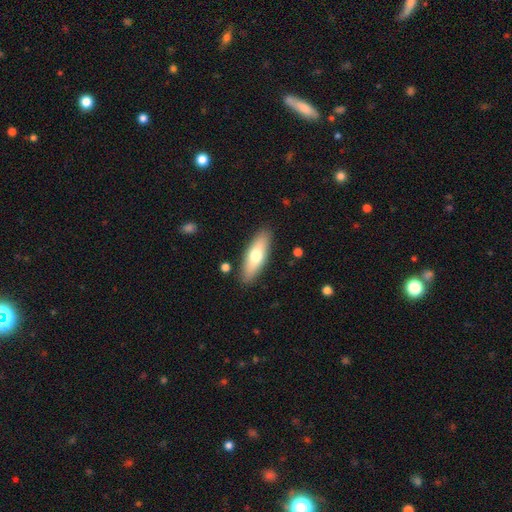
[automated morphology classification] Smooth or featured? smooth (63%)
How rounded? in between (59%)
Merging? none (88%)